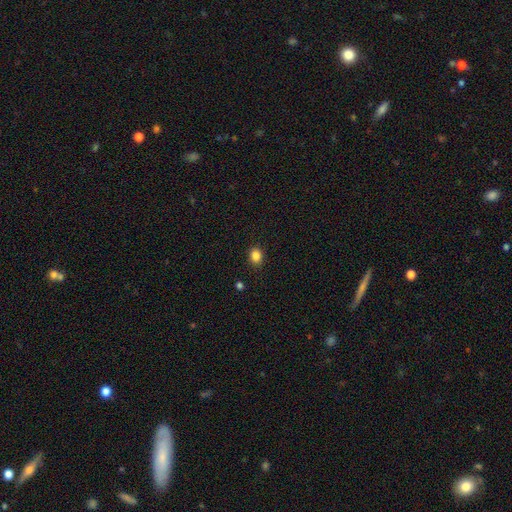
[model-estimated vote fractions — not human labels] This is clearly a smooth galaxy (86%). How rounded: possibly round (59%). Merging: clearly none (89%).